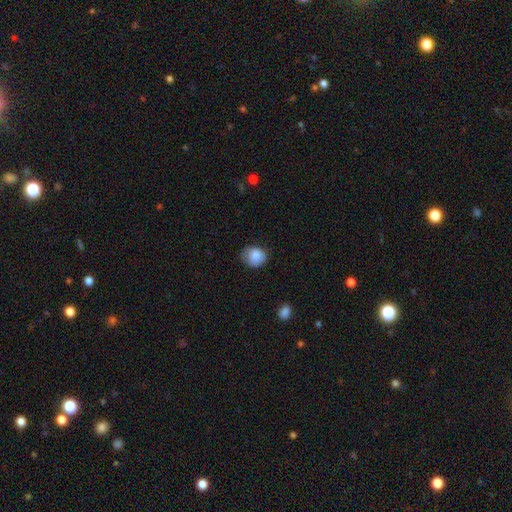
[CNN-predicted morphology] Smooth or featured? Predicted: smooth (p=0.83). How rounded? Predicted: round (p=0.68). Merging? Predicted: none (p=0.66).